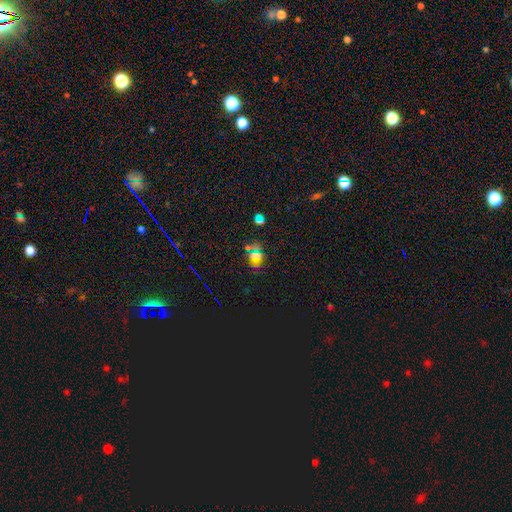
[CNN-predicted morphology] smooth_or_featured: star or artifact (p=0.54) [alt: smooth p=0.32]